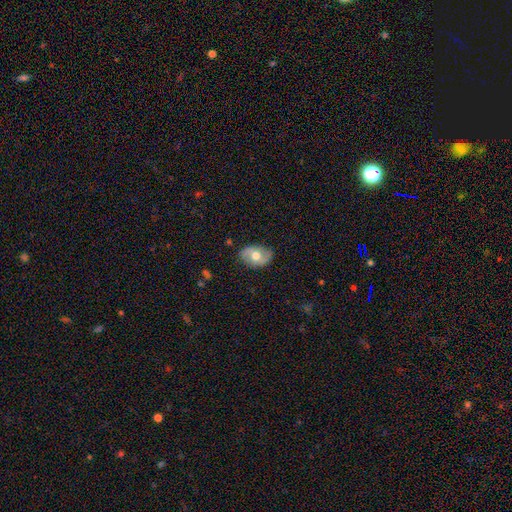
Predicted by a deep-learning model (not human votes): smooth 51%, featured or disk 42%, star or artifact 7%. Down the decision tree: how rounded — in between (80%); merging — none (80%).